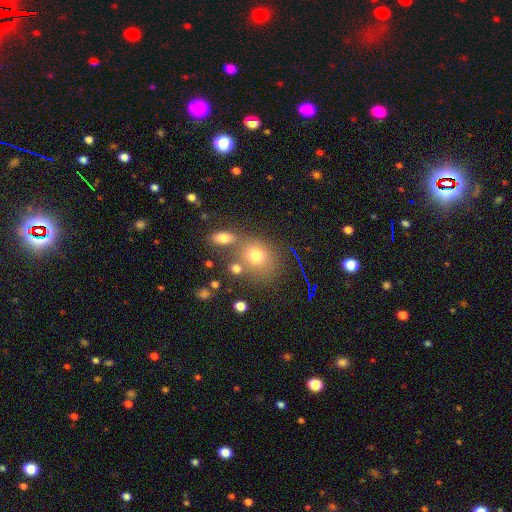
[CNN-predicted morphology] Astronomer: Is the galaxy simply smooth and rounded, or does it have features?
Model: smooth — 72%.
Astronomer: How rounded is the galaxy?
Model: round — 67%.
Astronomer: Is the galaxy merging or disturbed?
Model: none — 59%.